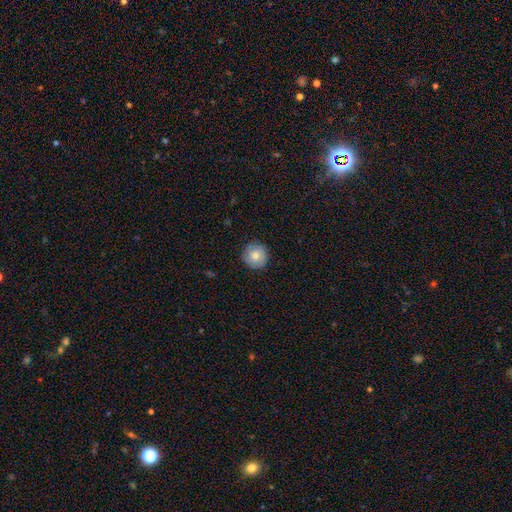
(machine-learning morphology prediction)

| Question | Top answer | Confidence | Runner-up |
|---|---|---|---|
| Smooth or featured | smooth | 74% | featured or disk (18%) |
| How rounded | round | 95% | in between (4%) |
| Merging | none | 86% | minor disturbance (11%) |